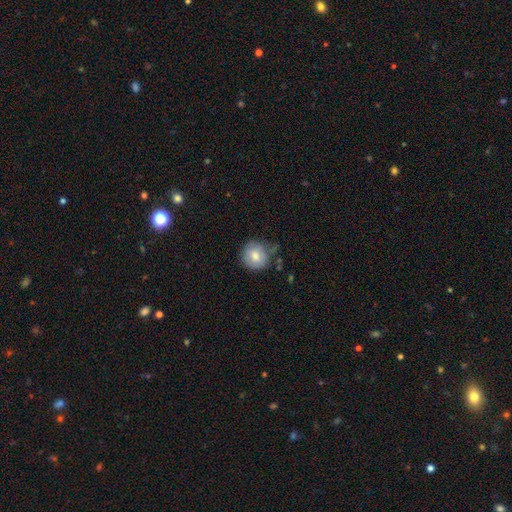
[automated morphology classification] smooth_or_featured: smooth (p=0.74) [alt: featured or disk p=0.18]
how_rounded: round (p=0.89) [alt: in between p=0.10]
merging: none (p=0.68) [alt: minor disturbance p=0.22]